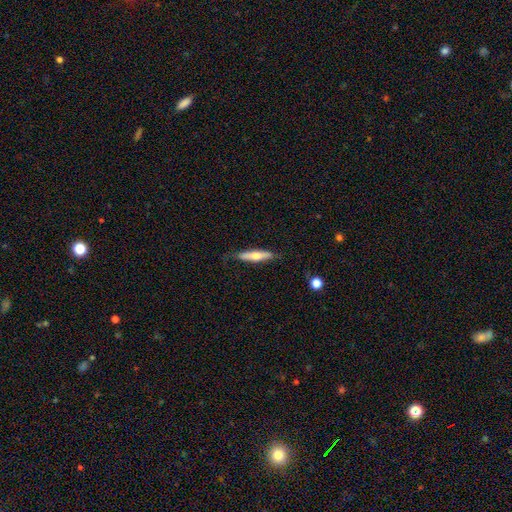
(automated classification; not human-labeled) This is possibly a smooth galaxy (58%). How rounded: clearly cigar-shaped (82%). Merging: likely none (75%).